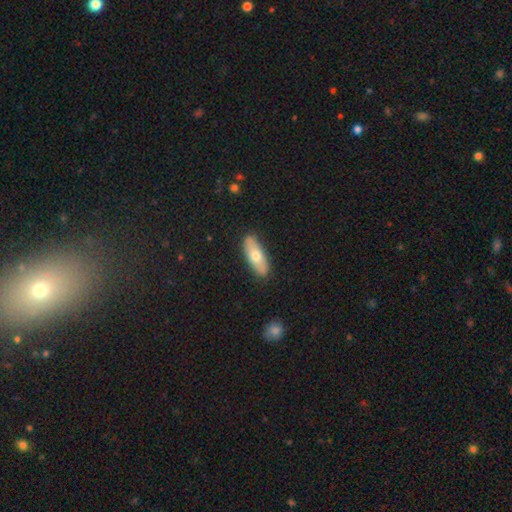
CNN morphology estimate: smooth 65%, featured or disk 29%, star or artifact 6%. Down the decision tree: how rounded — in between (63%); merging — none (87%).